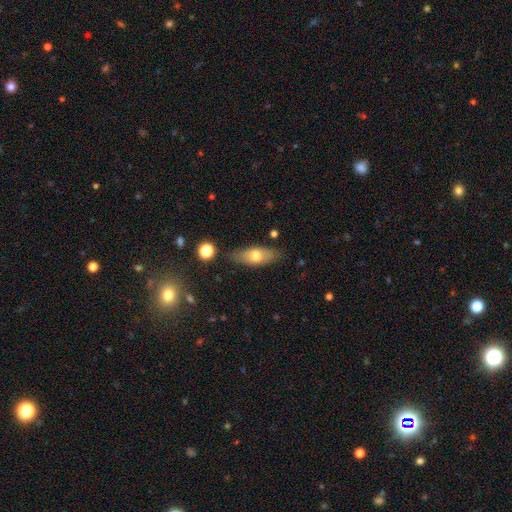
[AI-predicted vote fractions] This appears to be a smooth galaxy with no disk features (66%) that is in between round and cigar-shaped (77%). Merging: none (80%).